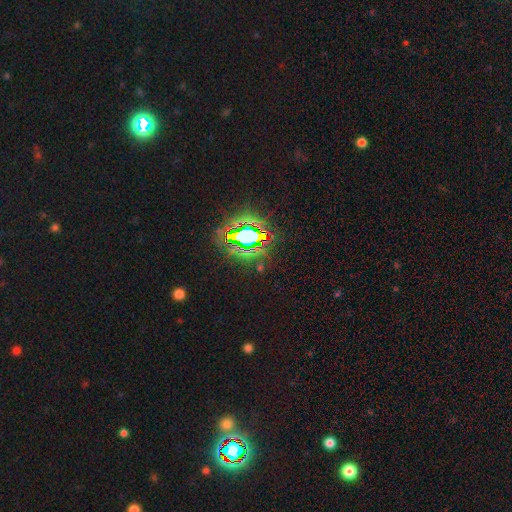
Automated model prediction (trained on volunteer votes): Smooth or featured? Predicted: star or artifact (p=0.81).